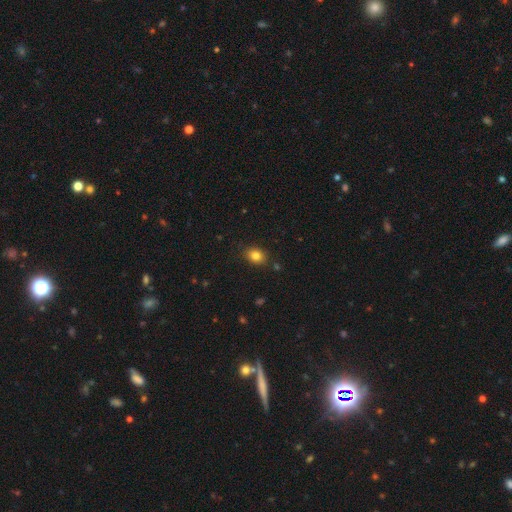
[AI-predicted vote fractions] smooth 83%, star or artifact 11%, featured or disk 7%. Down the decision tree: how rounded — in between (61%); merging — none (85%).